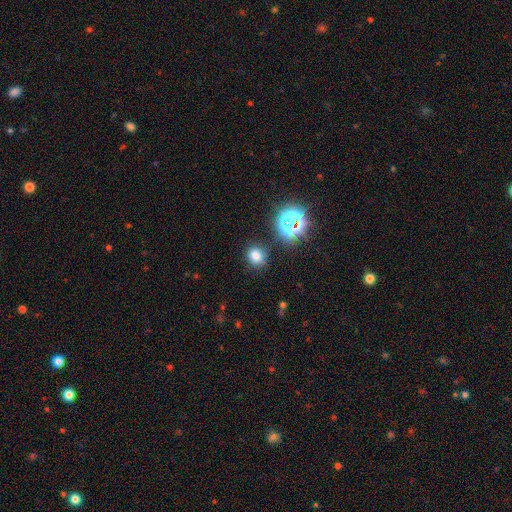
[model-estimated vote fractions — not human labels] A smooth galaxy with no disk features (72%) that is round (70%). Merging: none (82%).